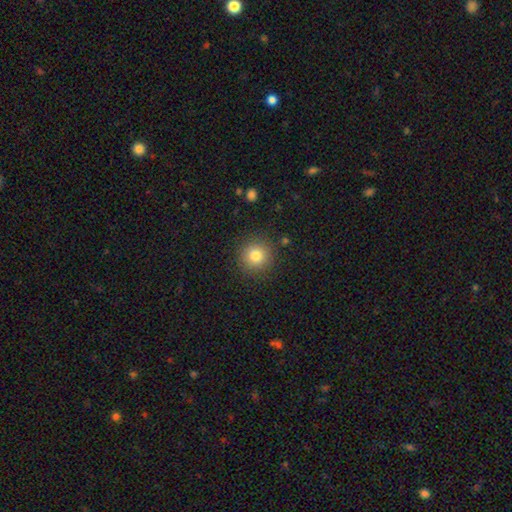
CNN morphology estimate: type=smooth (80%); roundness=round (94%); merging=none (89%).